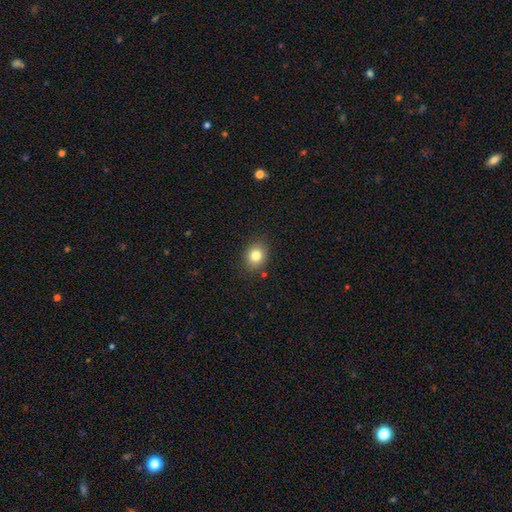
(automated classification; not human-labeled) Overall: smooth (81%). How rounded: round (62%; in between 37%). Merging: none (87%).